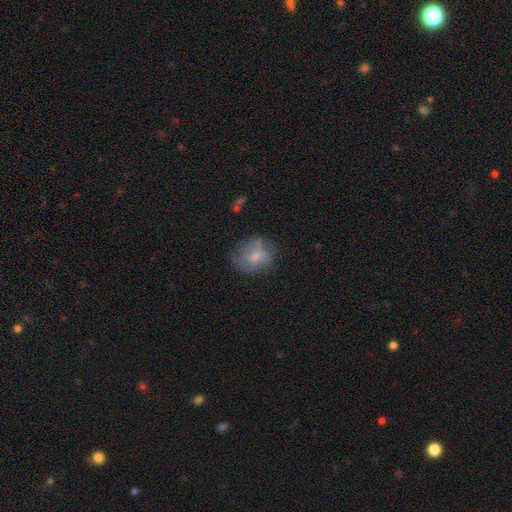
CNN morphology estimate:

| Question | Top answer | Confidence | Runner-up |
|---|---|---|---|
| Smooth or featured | smooth | 53% | featured or disk (38%) |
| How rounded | round | 57% | in between (42%) |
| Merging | none | 55% | minor disturbance (25%) |